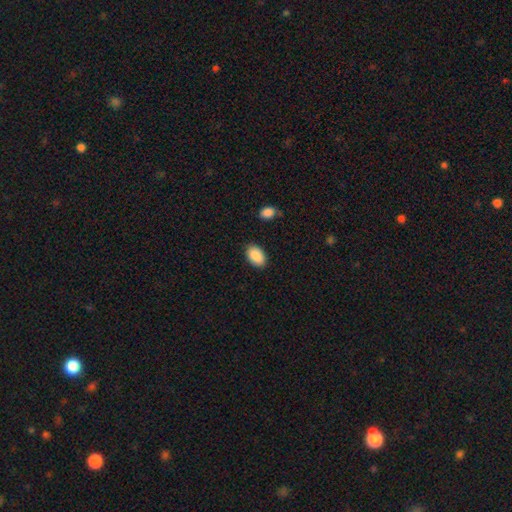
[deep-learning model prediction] smooth_or_featured: smooth (p=0.89) [alt: star or artifact p=0.06]
how_rounded: in between (p=0.92) [alt: round p=0.07]
merging: none (p=0.86) [alt: minor disturbance p=0.10]